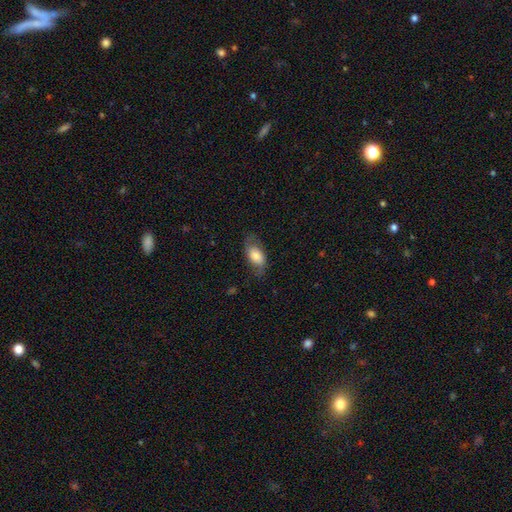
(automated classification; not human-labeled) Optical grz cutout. It shows a smooth galaxy with no disk features (65%) that is in between round and cigar-shaped (90%). Merging: none (64%).